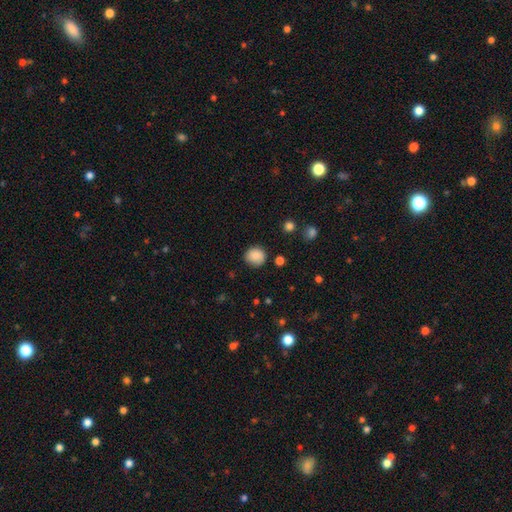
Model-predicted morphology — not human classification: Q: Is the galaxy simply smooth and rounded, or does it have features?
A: smooth — 87%.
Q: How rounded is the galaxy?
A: round — 85%.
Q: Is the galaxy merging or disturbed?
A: none — 83%.